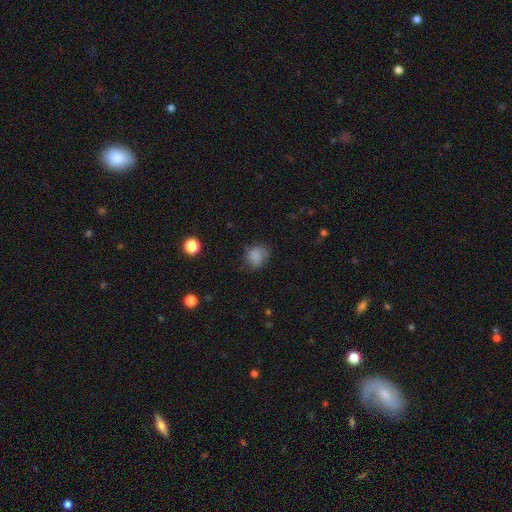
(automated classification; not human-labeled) A smooth galaxy with no disk features (80%) that is round (69%). Merging: none (62%).